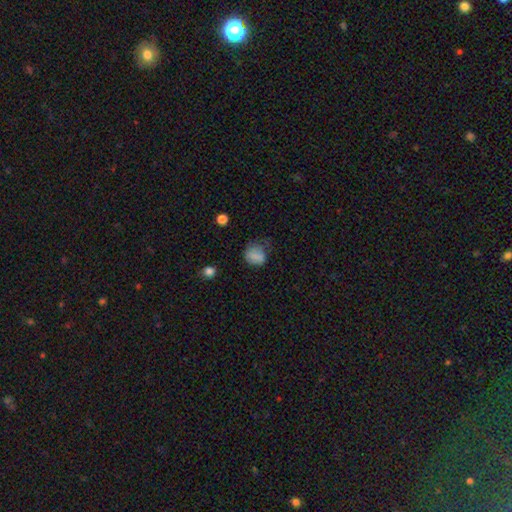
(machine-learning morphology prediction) type=smooth (75%); roundness=round (63%); merging=none (49%).